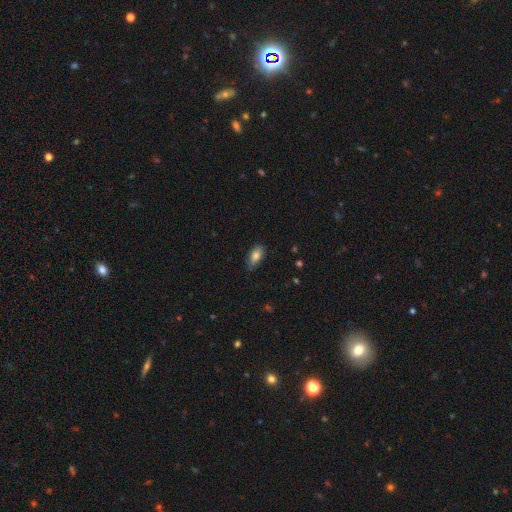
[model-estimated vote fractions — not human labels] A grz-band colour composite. It shows a smooth galaxy with no disk features (80%) that is in between round and cigar-shaped (85%). Merging: none (77%).